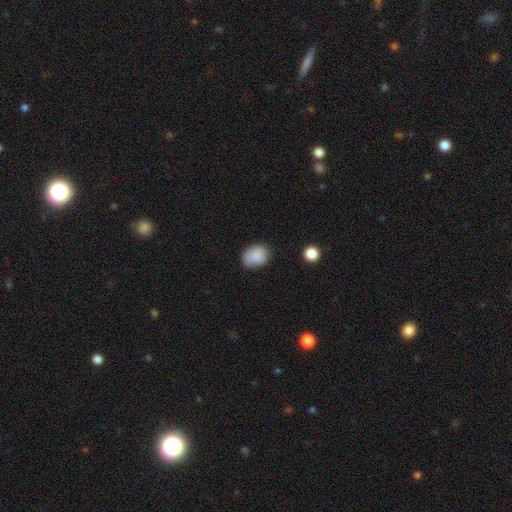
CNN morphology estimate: Smooth or featured? smooth (87%)
How rounded? in between (64%)
Merging? none (77%)